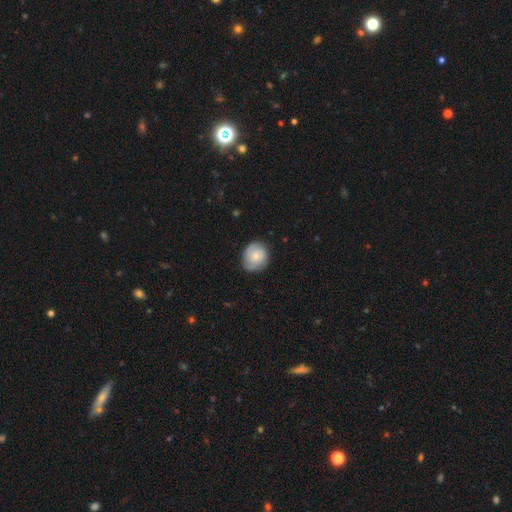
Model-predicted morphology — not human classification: This appears to be a smooth galaxy with no disk features (58%) that is round (78%). Merging: none (73%).